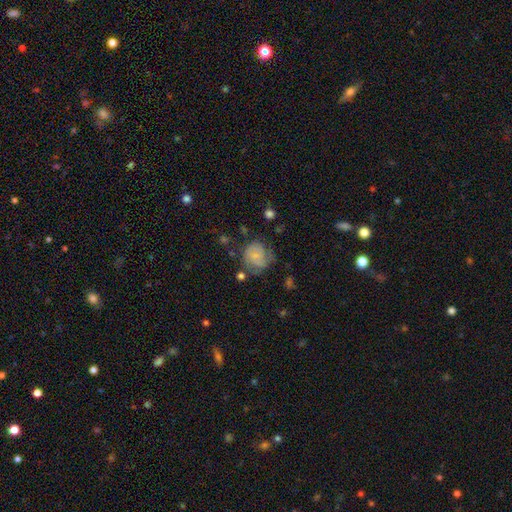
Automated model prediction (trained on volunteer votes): Q: Smooth or featured?
A: featured or disk (51%); runner-up: smooth (40%)
Q: Edge-on disk?
A: no (98%); runner-up: yes (2%)
Q: Bar?
A: no (64%); runner-up: weak (31%)
Q: Spiral arms?
A: yes (82%); runner-up: no (18%)
Q: Bulge size?
A: small (64%); runner-up: none (17%)
Q: Merging?
A: none (57%); runner-up: minor disturbance (26%)